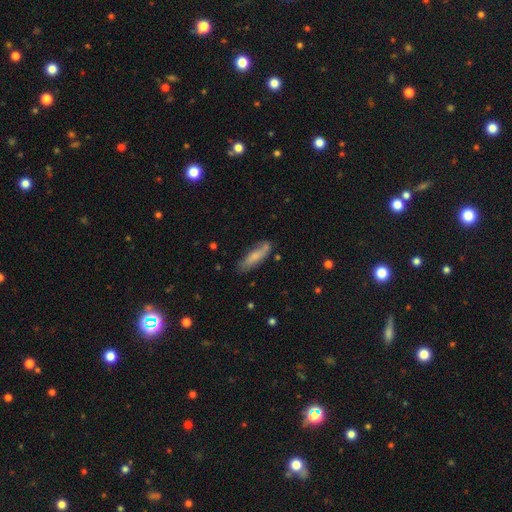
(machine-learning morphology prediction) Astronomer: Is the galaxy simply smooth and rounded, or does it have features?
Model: smooth — 71%.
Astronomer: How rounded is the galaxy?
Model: cigar-shaped — 62%.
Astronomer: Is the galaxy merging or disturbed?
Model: none — 70%.